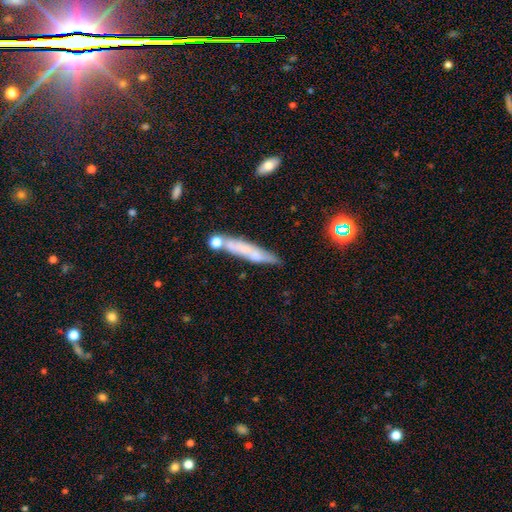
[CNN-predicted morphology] A smooth galaxy with no disk features (56%) that is cigar-shaped (82%).

Vote fractions:
- Smooth or featured? smooth: 56% / featured or disk: 36% / star or artifact: 9%
- How rounded? cigar-shaped: 82% / in between: 15% / round: 3%
- Merging? none: 57% / minor disturbance: 18% / merger: 18% / major disturbance: 7%